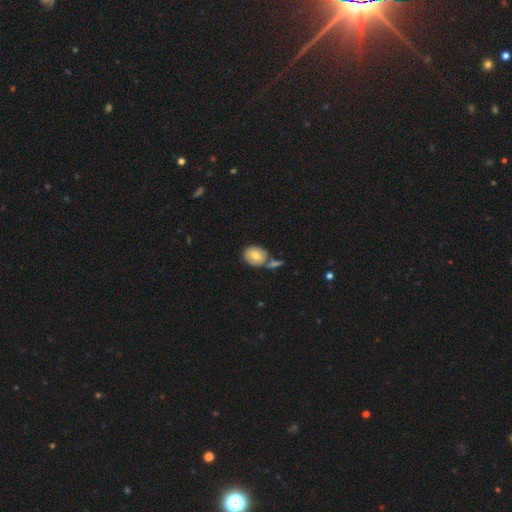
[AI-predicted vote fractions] Overall: smooth (74%). How rounded: in between (50%; round 48%). Merging: none (59%; merger 24%).